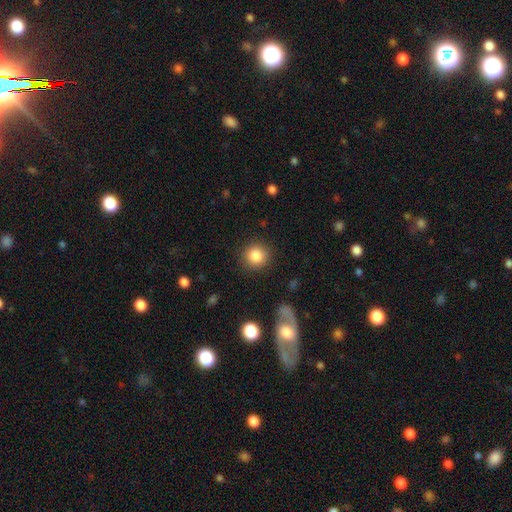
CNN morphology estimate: A smooth galaxy with no disk features (85%) that is round (92%). Merging: none (89%).